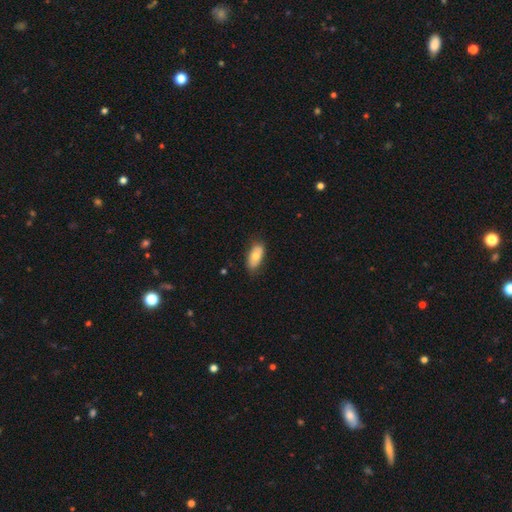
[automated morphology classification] Smooth or featured: smooth — 72% (featured or disk — 22%)
How rounded: in between — 89% (cigar-shaped — 8%)
Merging: none — 78% (minor disturbance — 18%)